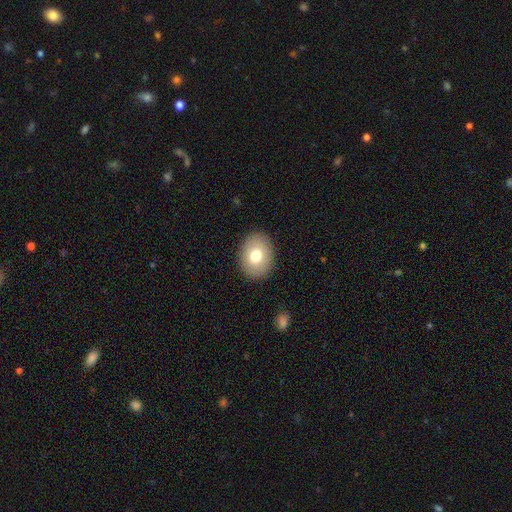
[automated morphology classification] Smooth or featured?
  - smooth: 77% *
  - featured or disk: 15%
  - star or artifact: 8%
How rounded?
  - in between: 59% *
  - round: 40%
  - cigar-shaped: 1%
Merging?
  - none: 89% *
  - minor disturbance: 7%
  - major disturbance: 2%
  - merger: 1%